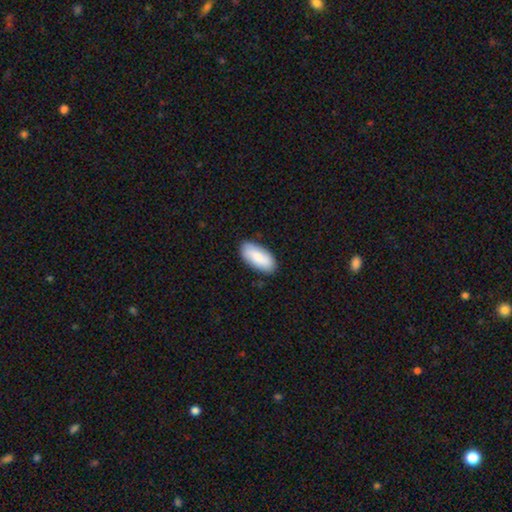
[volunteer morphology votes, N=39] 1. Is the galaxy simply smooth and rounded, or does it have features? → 87% smooth, 10% featured or disk, 3% star or artifact.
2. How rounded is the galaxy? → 94% in between, 3% round, 3% cigar-shaped.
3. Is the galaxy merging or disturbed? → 79% none, 18% minor disturbance, 3% merger, 0% major disturbance.